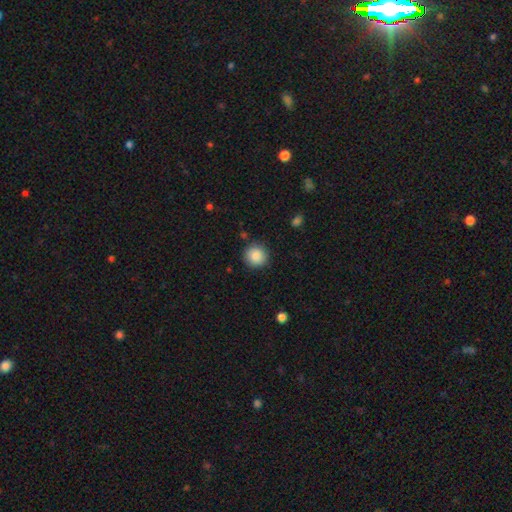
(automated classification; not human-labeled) Smooth or featured?
  - smooth: 87% *
  - star or artifact: 8%
  - featured or disk: 5%
How rounded?
  - round: 93% *
  - in between: 6%
  - cigar-shaped: 1%
Merging?
  - none: 88% *
  - minor disturbance: 8%
  - major disturbance: 2%
  - merger: 1%